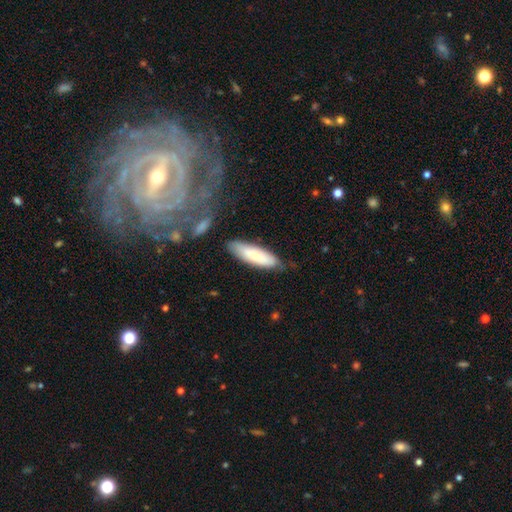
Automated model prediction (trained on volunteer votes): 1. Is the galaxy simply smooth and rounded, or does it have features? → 76% smooth, 18% featured or disk, 6% star or artifact.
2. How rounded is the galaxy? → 55% cigar-shaped, 43% in between, 2% round.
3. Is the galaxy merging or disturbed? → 72% none, 20% minor disturbance, 4% major disturbance, 4% merger.